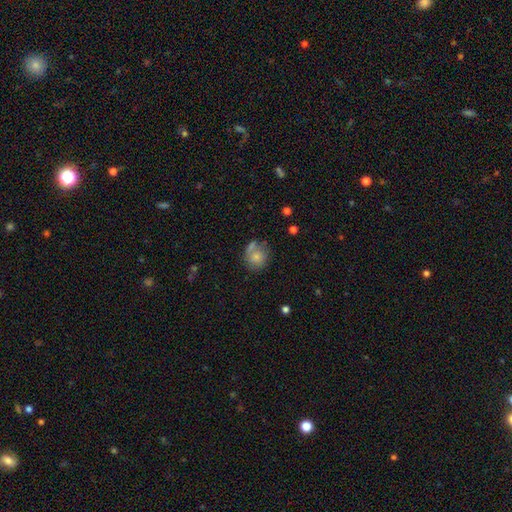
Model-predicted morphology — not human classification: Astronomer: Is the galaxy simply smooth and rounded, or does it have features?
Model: smooth — 74%.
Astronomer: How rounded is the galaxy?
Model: round — 79%.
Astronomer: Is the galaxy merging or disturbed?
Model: none — 54%.